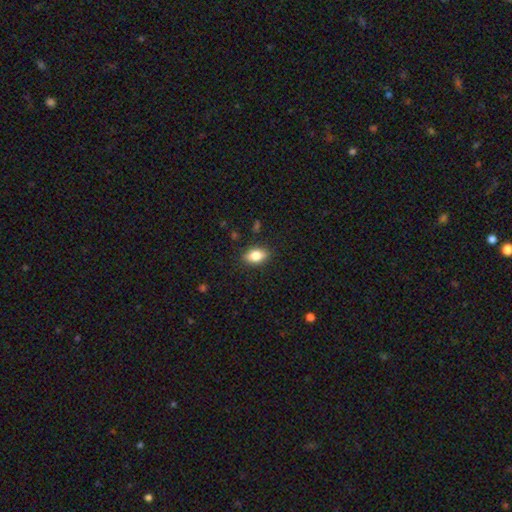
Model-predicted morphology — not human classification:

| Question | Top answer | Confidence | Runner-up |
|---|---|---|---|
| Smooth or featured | smooth | 83% | featured or disk (9%) |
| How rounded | in between | 85% | round (12%) |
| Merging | none | 85% | minor disturbance (11%) |